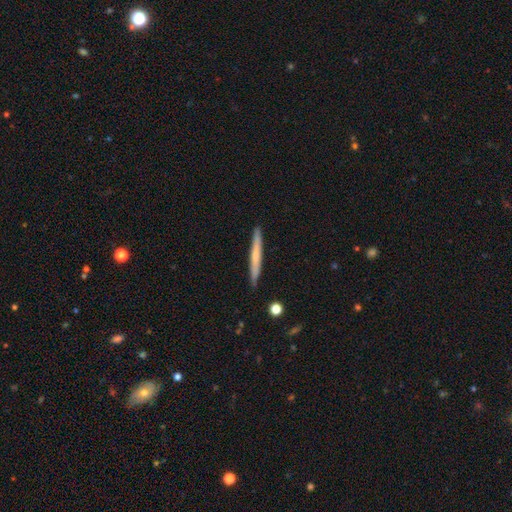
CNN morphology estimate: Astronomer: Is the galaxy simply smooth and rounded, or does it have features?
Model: smooth — 49% (runner-up: featured or disk, 45%).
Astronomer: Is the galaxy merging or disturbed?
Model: none — 90%.